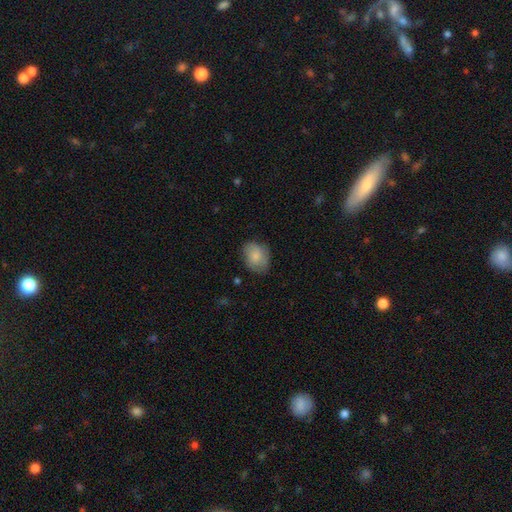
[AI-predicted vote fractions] This is likely a smooth galaxy (79%). How rounded: likely in between (67%). Merging: likely none (69%).